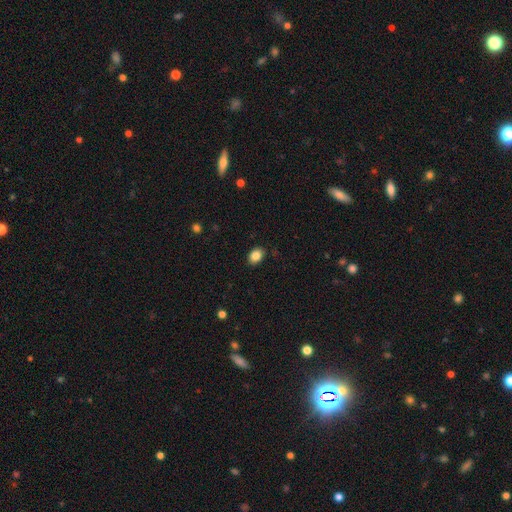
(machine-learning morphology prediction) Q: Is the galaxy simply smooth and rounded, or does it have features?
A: smooth — 86%.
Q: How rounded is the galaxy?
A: in between — 75%.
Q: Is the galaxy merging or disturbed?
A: none — 88%.